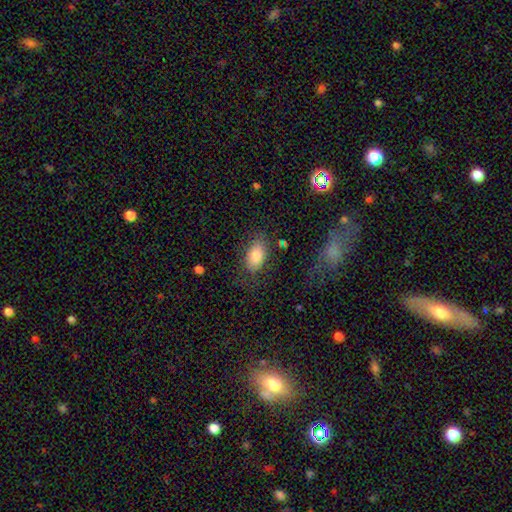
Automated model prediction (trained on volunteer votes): This appears to be a smooth galaxy with no disk features (80%) that is in between round and cigar-shaped (90%). Merging: none (72%).